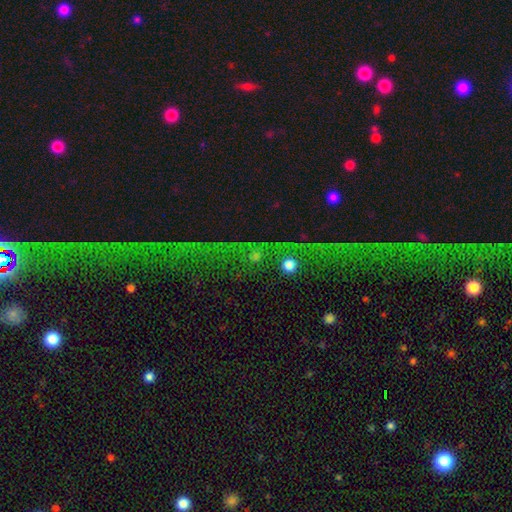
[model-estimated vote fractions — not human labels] smooth_or_featured: star or artifact (p=0.64) [alt: smooth p=0.20]